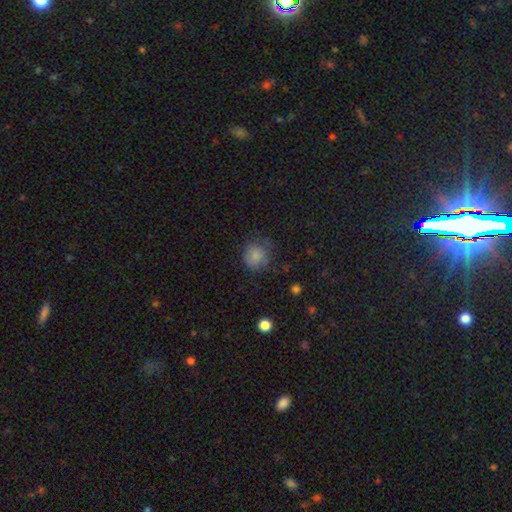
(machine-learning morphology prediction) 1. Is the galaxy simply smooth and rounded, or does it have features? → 82% smooth, 10% star or artifact, 8% featured or disk.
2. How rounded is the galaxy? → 88% round, 11% in between, 1% cigar-shaped.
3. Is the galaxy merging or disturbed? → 67% none, 23% minor disturbance, 9% major disturbance, 2% merger.